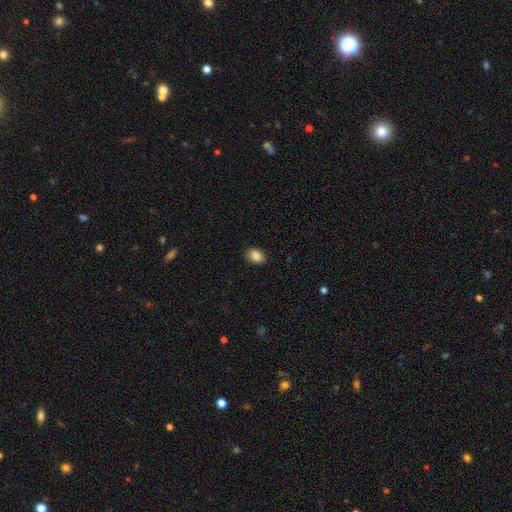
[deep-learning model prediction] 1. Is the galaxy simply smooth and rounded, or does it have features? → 86% smooth, 8% star or artifact, 6% featured or disk.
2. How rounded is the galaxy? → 80% in between, 19% round, 1% cigar-shaped.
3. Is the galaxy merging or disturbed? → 89% none, 8% minor disturbance, 2% major disturbance, 1% merger.